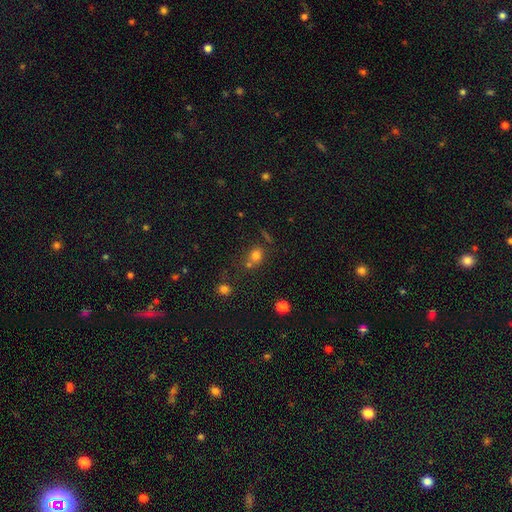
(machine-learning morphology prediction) The model was most divided on "merging": none: 54%, merger: 27%, minor disturbance: 13%, major disturbance: 6%. More confident: smooth or featured — smooth (74%); how rounded — round (71%).